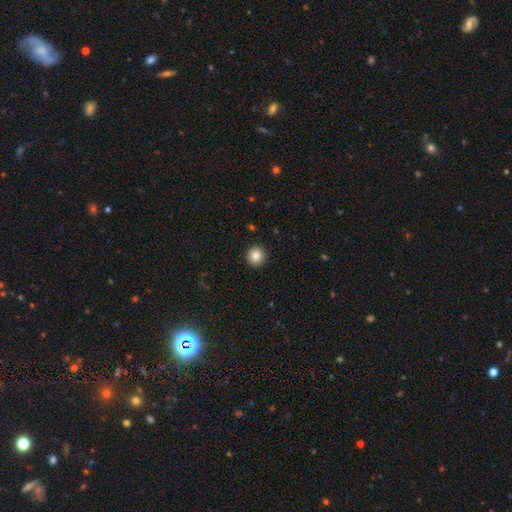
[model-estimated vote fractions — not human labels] Smooth or featured?
  - smooth: 84% *
  - star or artifact: 10%
  - featured or disk: 6%
How rounded?
  - round: 95% *
  - in between: 4%
  - cigar-shaped: 1%
Merging?
  - none: 93% *
  - minor disturbance: 5%
  - major disturbance: 2%
  - merger: 1%